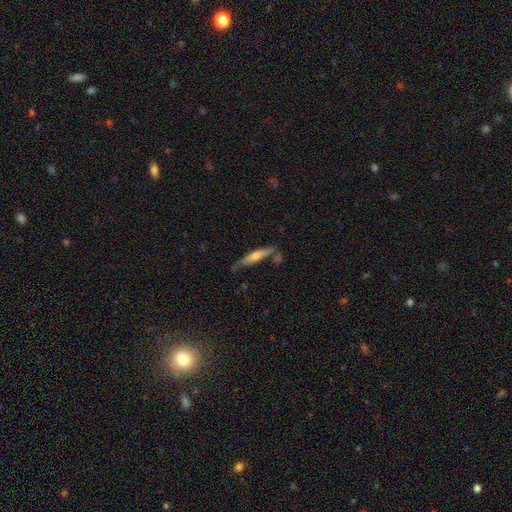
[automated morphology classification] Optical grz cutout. It shows a featured or disk galaxy (53%) viewed edge-on (90%). Merging: none (69%).